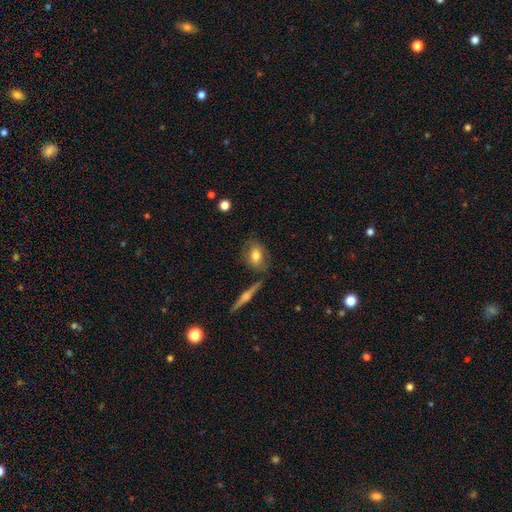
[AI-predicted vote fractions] Smooth or featured: smooth — 67% (featured or disk — 26%)
How rounded: in between — 75% (round — 21%)
Merging: none — 72% (minor disturbance — 17%)